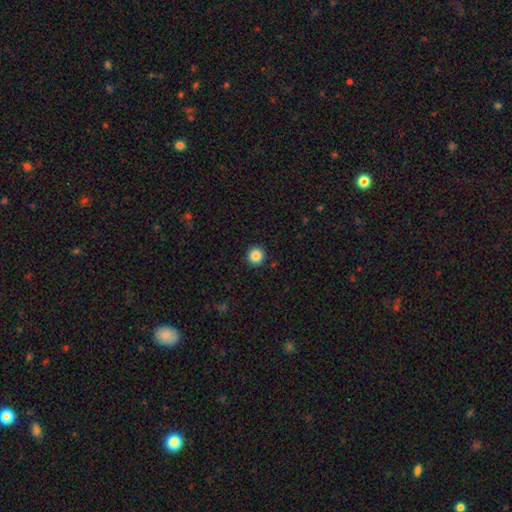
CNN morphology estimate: type=smooth (87%); roundness=round (95%); merging=none (93%).